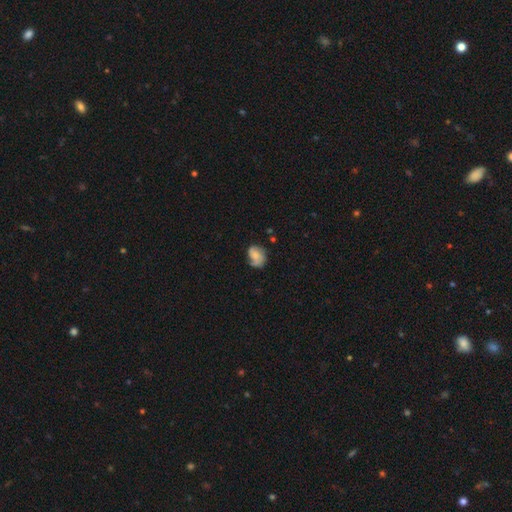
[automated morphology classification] A featured or disk galaxy (48%). Merging: none (60%).